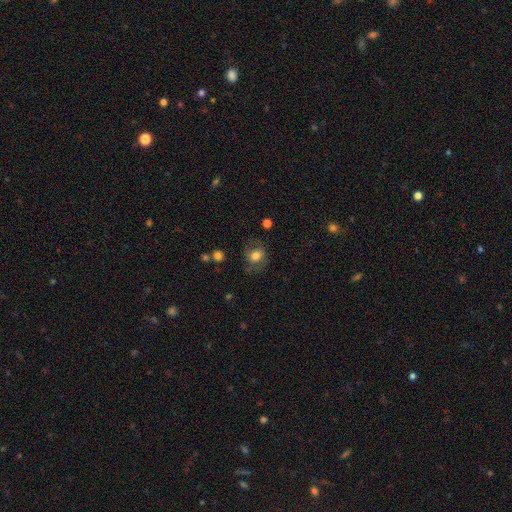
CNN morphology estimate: Overall: smooth (65%). How rounded: round (65%; in between 34%). Merging: none (66%).